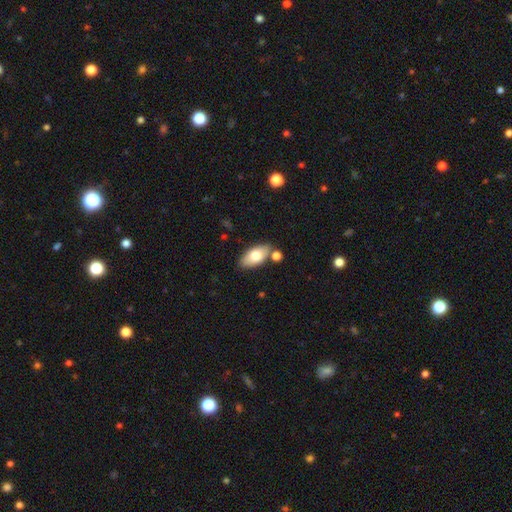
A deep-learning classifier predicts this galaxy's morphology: Smooth or featured? smooth (74%)
How rounded? in between (91%)
Merging? none (75%)